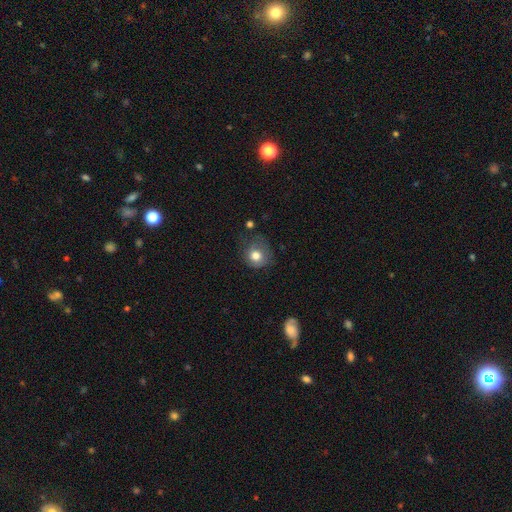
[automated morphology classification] Smooth or featured?
  - smooth: 75% *
  - featured or disk: 15%
  - star or artifact: 10%
How rounded?
  - round: 81% *
  - in between: 18%
  - cigar-shaped: 1%
Merging?
  - none: 56% *
  - minor disturbance: 27%
  - major disturbance: 14%
  - merger: 2%